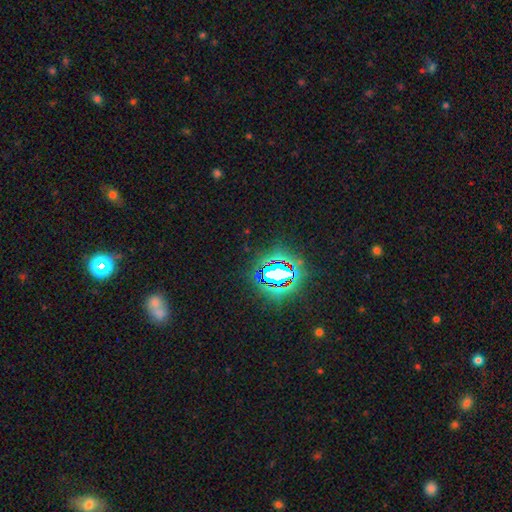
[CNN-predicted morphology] This appears to be a star or artifact, not a galaxy (79%).